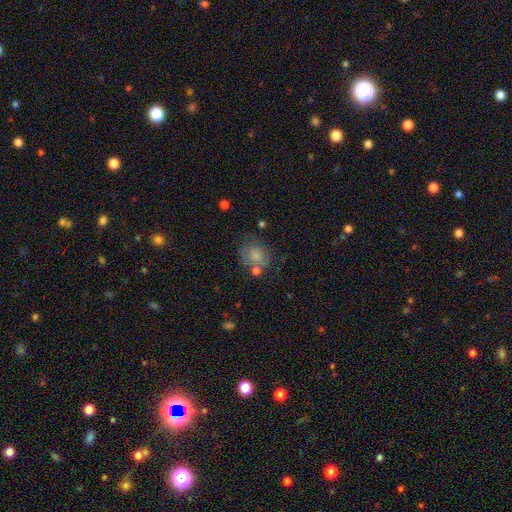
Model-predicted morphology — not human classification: Smooth or featured? Predicted: smooth (p=0.78). How rounded? Predicted: round (p=0.75). Merging? Predicted: none (p=0.57).